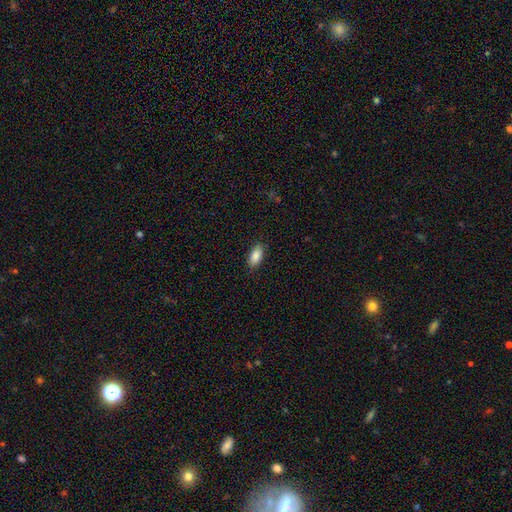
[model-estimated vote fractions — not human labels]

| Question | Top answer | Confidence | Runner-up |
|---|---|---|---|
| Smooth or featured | smooth | 87% | star or artifact (7%) |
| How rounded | in between | 89% | cigar-shaped (8%) |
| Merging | none | 86% | minor disturbance (10%) |